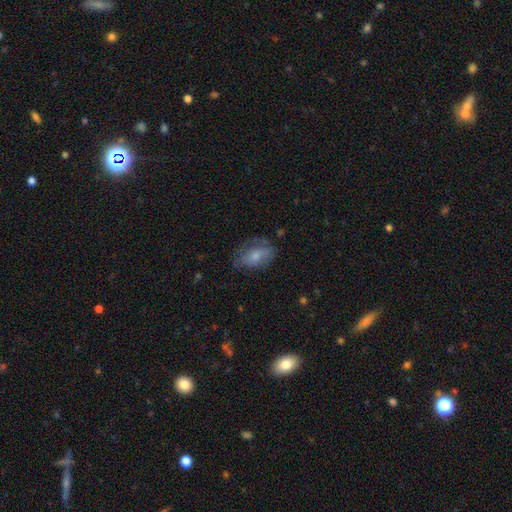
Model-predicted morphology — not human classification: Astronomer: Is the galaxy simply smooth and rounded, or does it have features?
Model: smooth — 62%.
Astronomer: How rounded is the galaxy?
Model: in between — 83%.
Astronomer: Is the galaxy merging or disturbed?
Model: none — 59%.